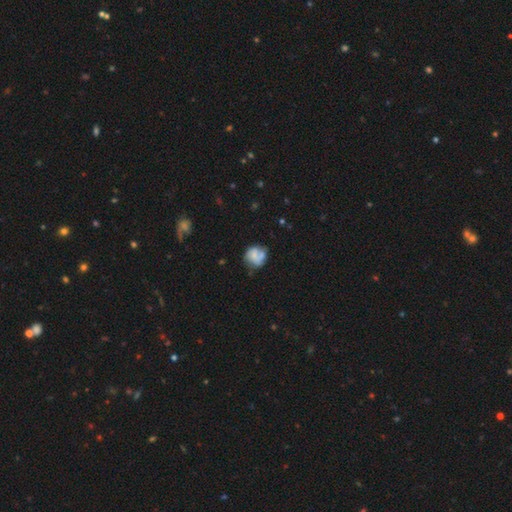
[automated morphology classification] Overall: smooth (48%; featured or disk 44%). Merging: none (52%; minor disturbance 25%).